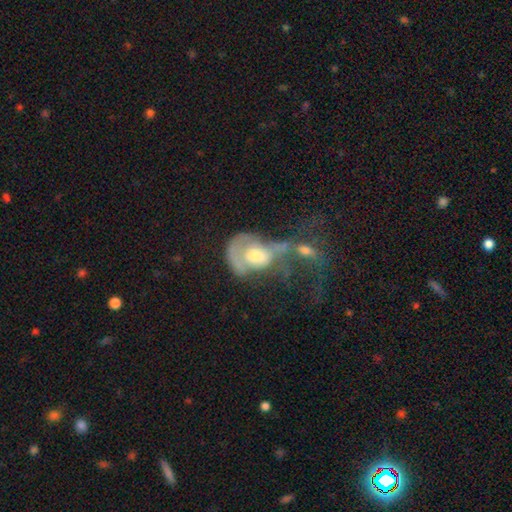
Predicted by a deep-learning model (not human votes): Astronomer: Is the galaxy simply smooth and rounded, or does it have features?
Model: featured or disk — 60%.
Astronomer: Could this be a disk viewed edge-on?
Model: no — 95%.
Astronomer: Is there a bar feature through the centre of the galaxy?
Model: no — 76%.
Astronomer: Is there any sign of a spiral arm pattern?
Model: no — 50%, tied with yes at 50%.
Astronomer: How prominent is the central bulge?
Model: moderate — 66%.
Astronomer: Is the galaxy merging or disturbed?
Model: merger — 59%.